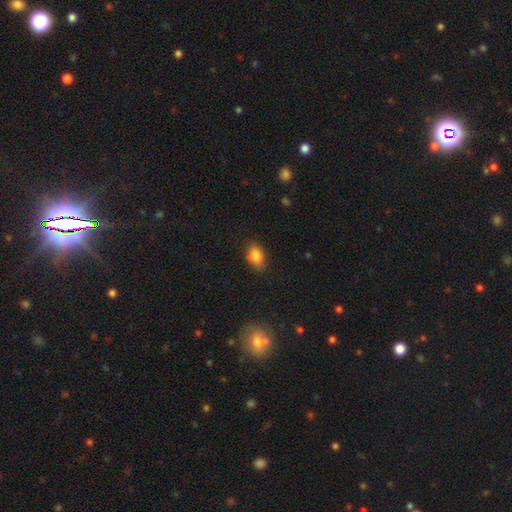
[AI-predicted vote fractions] smooth-or-featured: smooth: 86% | star or artifact: 9% | featured or disk: 6%
  how-rounded: in between: 80% | round: 18% | cigar-shaped: 2%
  merging: none: 80% | minor disturbance: 16% | major disturbance: 3% | merger: 1%